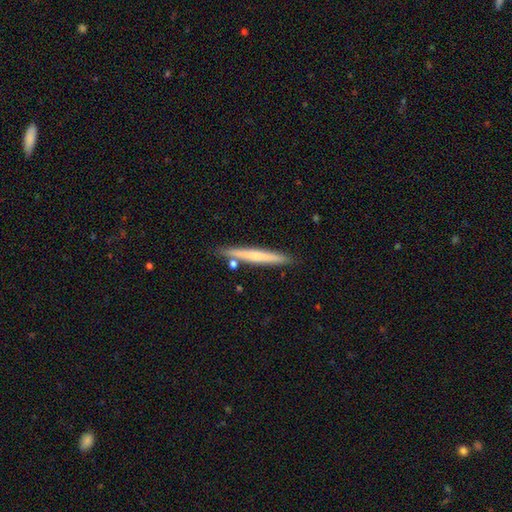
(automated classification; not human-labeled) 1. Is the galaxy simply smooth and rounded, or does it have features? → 55% smooth, 39% featured or disk, 6% star or artifact.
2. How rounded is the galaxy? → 96% cigar-shaped, 2% in between, 1% round.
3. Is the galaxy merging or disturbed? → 84% none, 9% minor disturbance, 5% merger, 2% major disturbance.